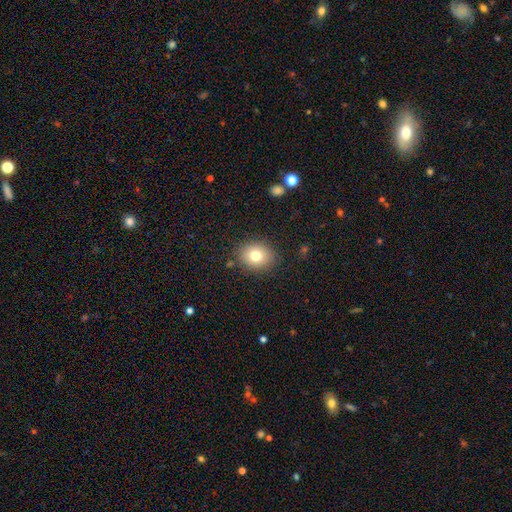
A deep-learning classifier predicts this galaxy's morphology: type=smooth (78%); roundness=round (59%); merging=none (86%).